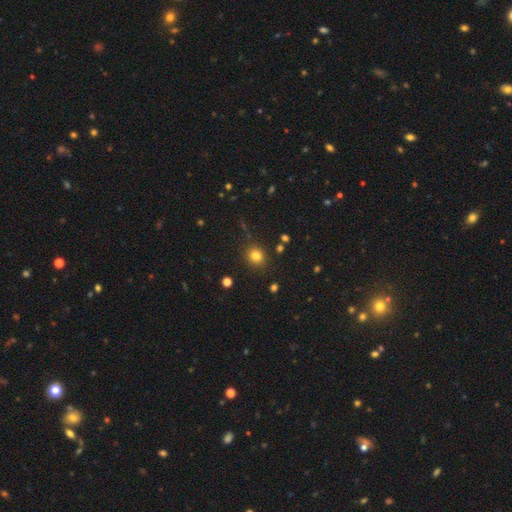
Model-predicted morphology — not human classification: This is clearly a smooth galaxy (81%). How rounded: likely round (76%). Merging: clearly none (86%).